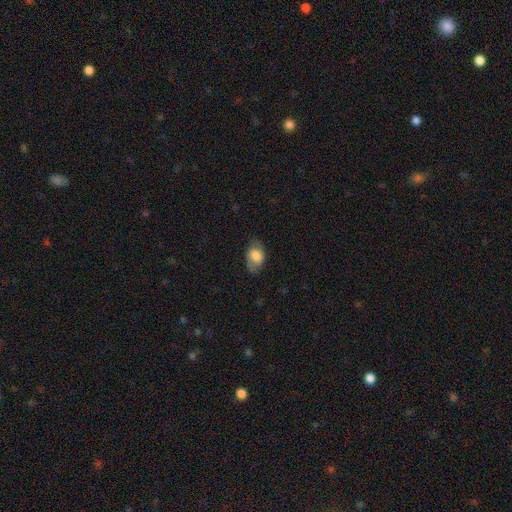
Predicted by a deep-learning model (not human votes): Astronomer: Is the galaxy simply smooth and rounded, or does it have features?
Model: smooth — 74%.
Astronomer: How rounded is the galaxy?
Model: in between — 87%.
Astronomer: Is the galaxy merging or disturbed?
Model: none — 69%.